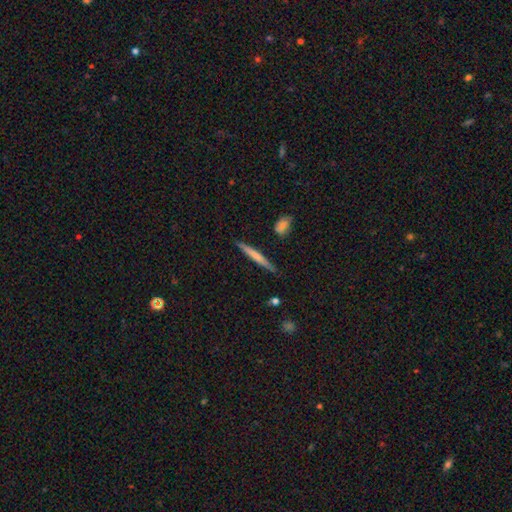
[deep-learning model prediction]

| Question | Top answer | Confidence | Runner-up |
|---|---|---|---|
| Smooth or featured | smooth | 56% | featured or disk (39%) |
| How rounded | cigar-shaped | 95% | in between (3%) |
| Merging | none | 86% | minor disturbance (10%) |